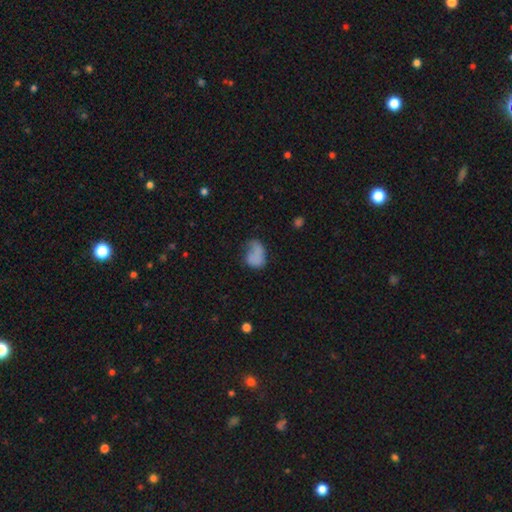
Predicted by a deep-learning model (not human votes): Overall: smooth (66%). How rounded: in between (75%). Merging: major disturbance (38%; none 29%).